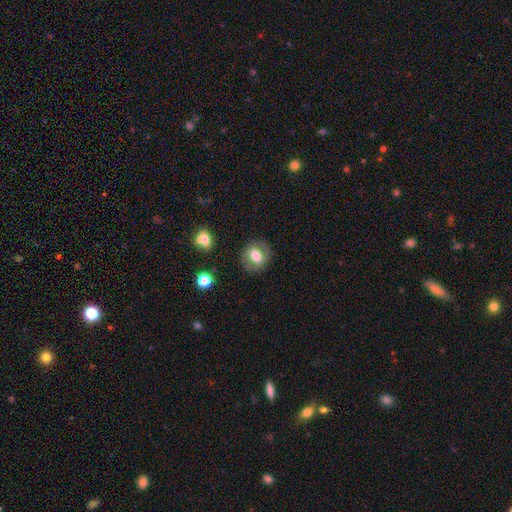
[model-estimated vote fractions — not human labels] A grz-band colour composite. It shows a smooth galaxy with no disk features (55%) that is round (56%). Merging: none (80%).